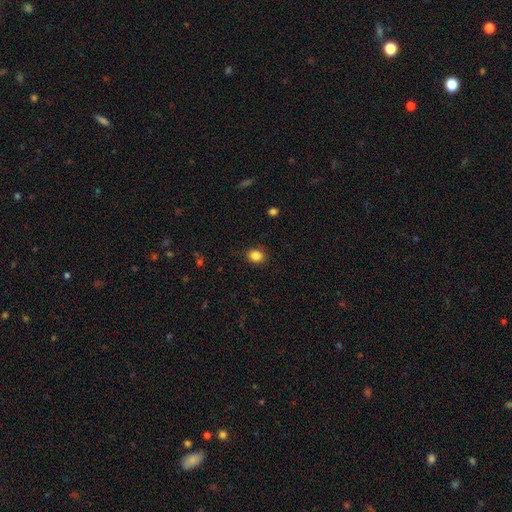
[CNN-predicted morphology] A smooth galaxy with no disk features (85%) that is round (58%).

Vote fractions:
- Smooth or featured? smooth: 85% / star or artifact: 10% / featured or disk: 5%
- How rounded? round: 58% / in between: 41% / cigar-shaped: 1%
- Merging? none: 86% / minor disturbance: 10% / major disturbance: 3% / merger: 1%